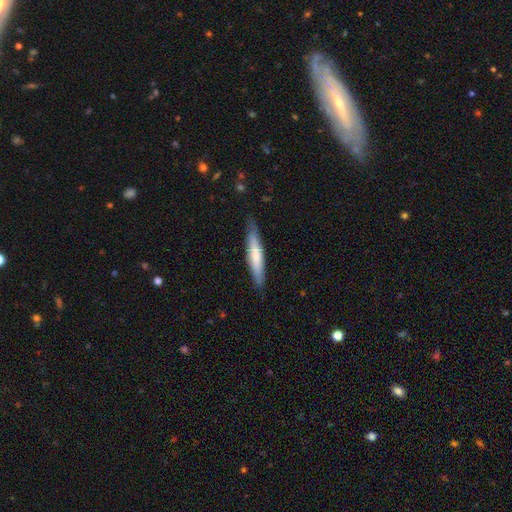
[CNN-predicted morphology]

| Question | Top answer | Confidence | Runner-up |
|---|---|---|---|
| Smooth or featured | smooth | 63% | featured or disk (32%) |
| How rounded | cigar-shaped | 90% | in between (9%) |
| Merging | none | 84% | minor disturbance (13%) |